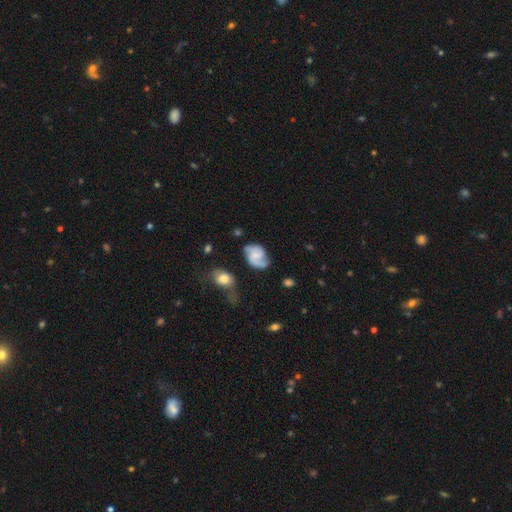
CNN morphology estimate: Overall: featured or disk (77%). Edge-on disk: no (98%). Bar: no (54%; weak 39%). Spiral arms: yes (96%). Spiral arm count: 2 (85%). Spiral winding: medium (49%; loose 26%). Bulge size: small (49%; none 26%). Merging: none (66%).